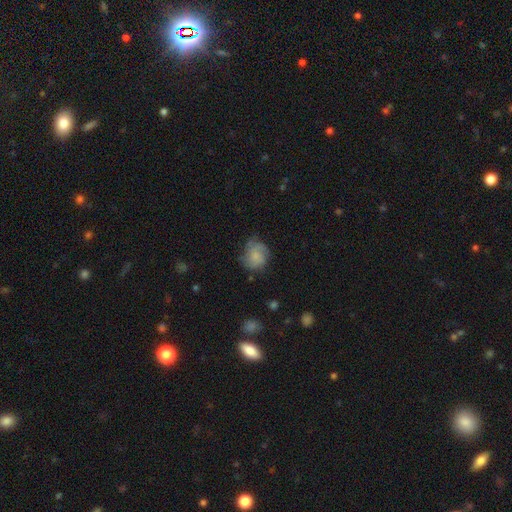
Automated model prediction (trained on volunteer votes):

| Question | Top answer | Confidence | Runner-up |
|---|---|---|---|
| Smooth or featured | smooth | 58% | featured or disk (34%) |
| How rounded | round | 73% | in between (26%) |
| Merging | none | 59% | minor disturbance (27%) |